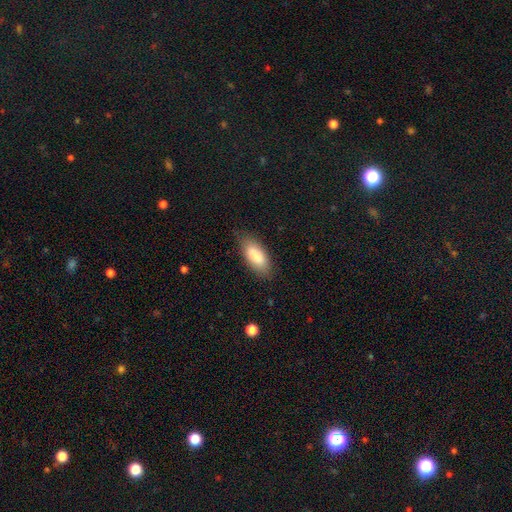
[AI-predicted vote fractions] Smooth or featured: smooth — 84% (featured or disk — 10%)
How rounded: in between — 81% (cigar-shaped — 17%)
Merging: none — 78% (minor disturbance — 17%)